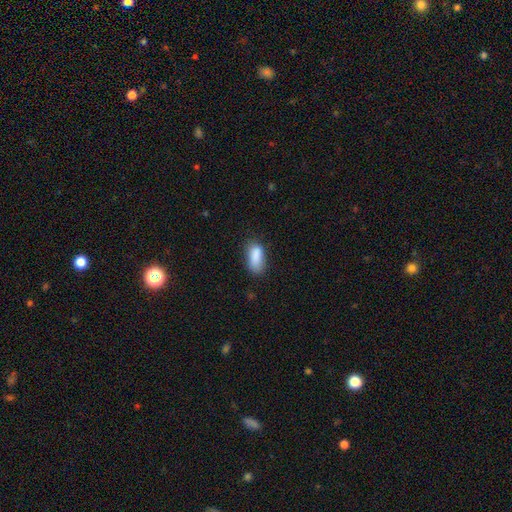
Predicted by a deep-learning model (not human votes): A smooth galaxy with no disk features (86%) that is in between round and cigar-shaped (87%). Merging: none (63%).